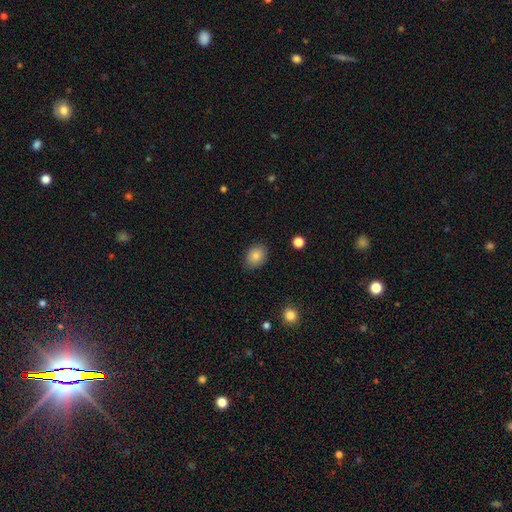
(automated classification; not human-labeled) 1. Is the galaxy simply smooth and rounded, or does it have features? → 83% smooth, 9% star or artifact, 8% featured or disk.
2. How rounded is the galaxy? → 62% in between, 37% round, 1% cigar-shaped.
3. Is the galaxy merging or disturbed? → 86% none, 10% minor disturbance, 2% major disturbance, 1% merger.